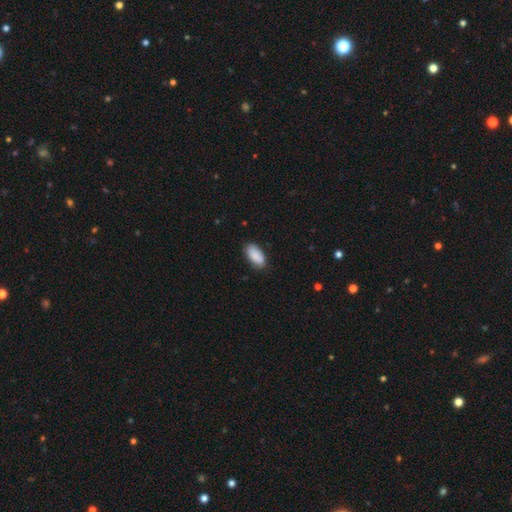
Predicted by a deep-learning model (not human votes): Morphology: type=smooth (88%); roundness=in between (92%); merging=none (82%).